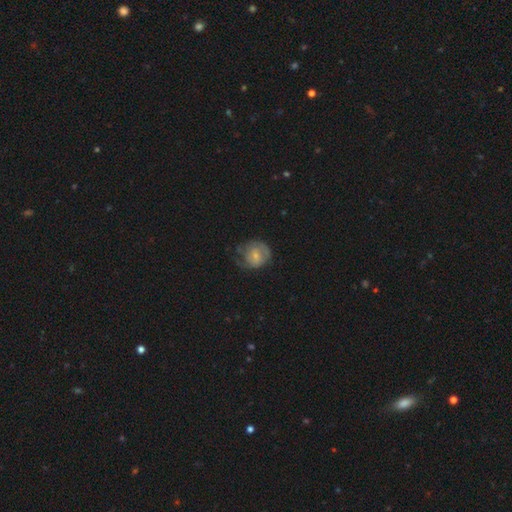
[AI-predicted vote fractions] Smooth or featured: smooth — 48% (featured or disk — 45%)
Merging: none — 46% (minor disturbance — 29%)